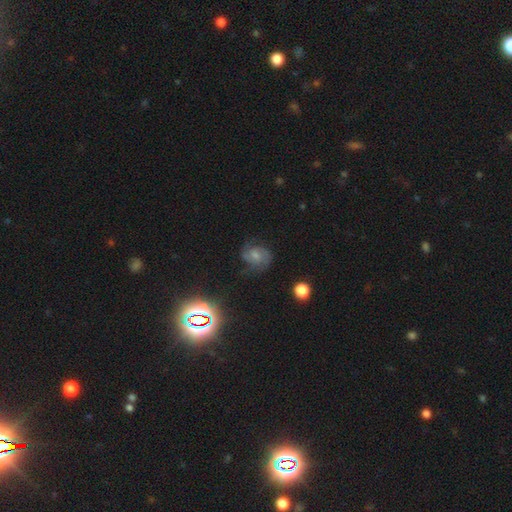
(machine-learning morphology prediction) Smooth or featured? Predicted: featured or disk (p=0.64). Edge-on disk? Predicted: no (p=0.97). Bar? Predicted: no (p=0.59). Spiral arms? Predicted: yes (p=0.91). Spiral winding? Predicted: medium (p=0.47). Spiral arm count? Predicted: 2 (p=0.58). Bulge size? Predicted: moderate (p=0.42). Merging? Predicted: none (p=0.62).